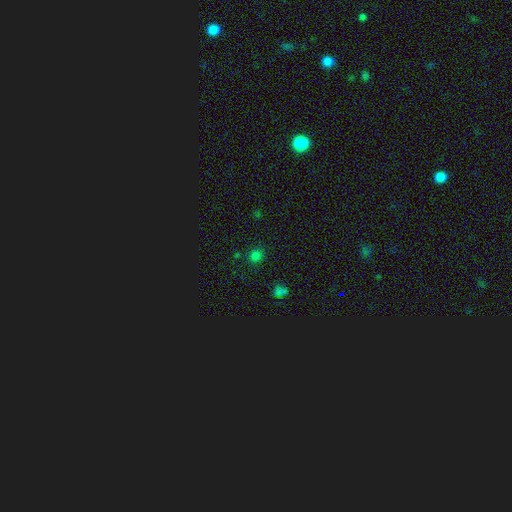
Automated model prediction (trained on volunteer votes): This is likely a smooth galaxy (73%). How rounded: clearly round (85%). Merging: clearly none (85%).